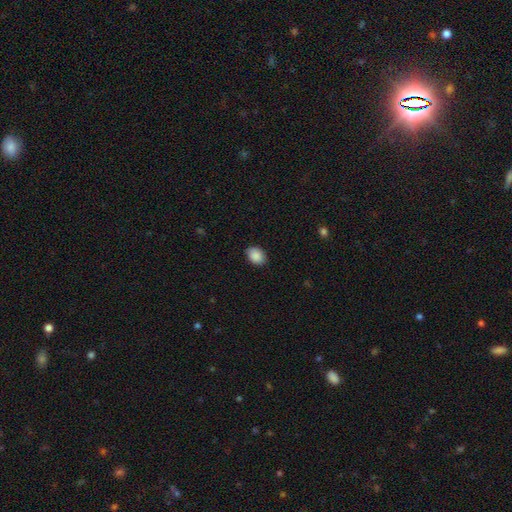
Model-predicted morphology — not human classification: Smooth or featured: smooth — 89% (star or artifact — 8%)
How rounded: in between — 70% (round — 30%)
Merging: none — 86% (minor disturbance — 11%)